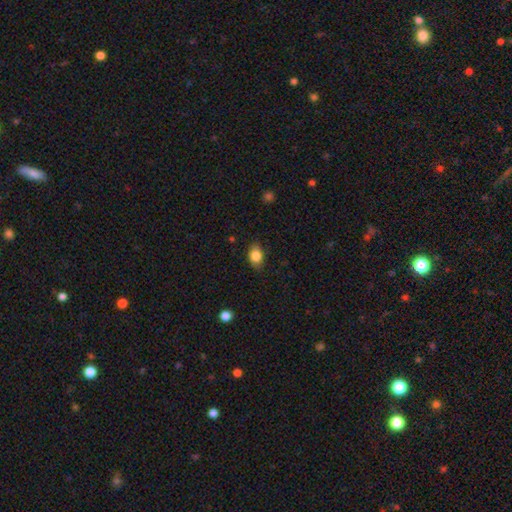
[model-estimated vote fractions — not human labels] This is clearly a smooth galaxy (84%). How rounded: likely in between (72%). Merging: clearly none (81%).